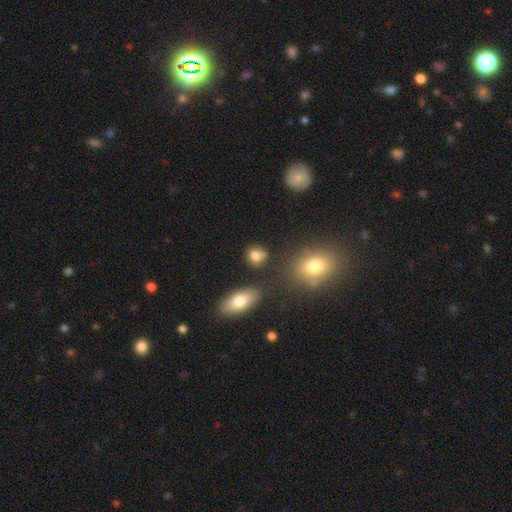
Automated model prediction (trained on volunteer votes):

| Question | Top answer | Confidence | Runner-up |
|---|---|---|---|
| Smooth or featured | smooth | 80% | star or artifact (11%) |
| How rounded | round | 71% | in between (28%) |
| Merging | none | 71% | minor disturbance (14%) |